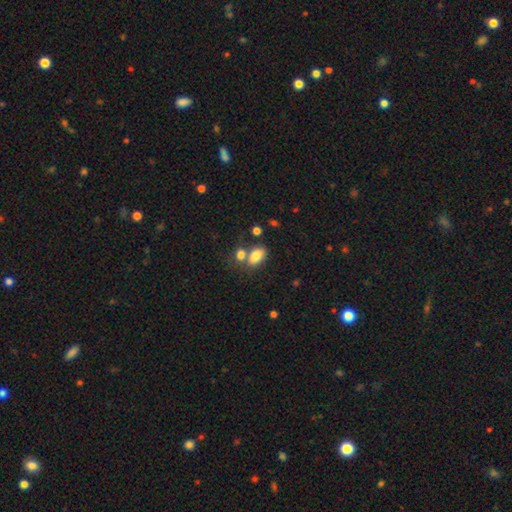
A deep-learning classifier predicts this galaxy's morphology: A smooth galaxy with no disk features (80%) that is in between round and cigar-shaped (88%).

Vote fractions:
- Smooth or featured? smooth: 80% / featured or disk: 11% / star or artifact: 9%
- How rounded? in between: 88% / round: 10% / cigar-shaped: 2%
- Merging? none: 48% / merger: 35% / minor disturbance: 12% / major disturbance: 5%